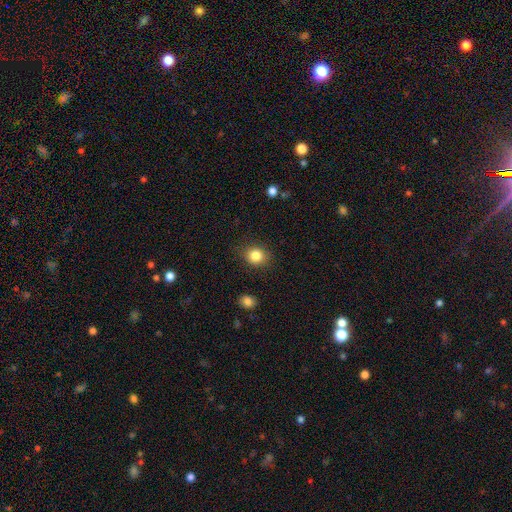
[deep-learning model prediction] A smooth galaxy with no disk features (84%) that is round (70%).

Vote fractions:
- Smooth or featured? smooth: 84% / star or artifact: 10% / featured or disk: 6%
- How rounded? round: 70% / in between: 29% / cigar-shaped: 1%
- Merging? none: 86% / minor disturbance: 9% / major disturbance: 3% / merger: 1%